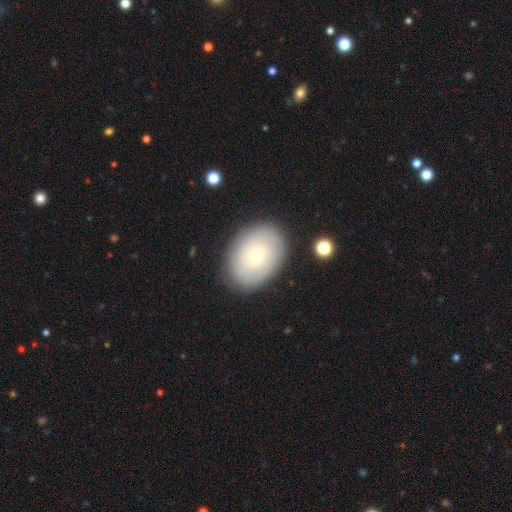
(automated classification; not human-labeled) The model was most divided on "smooth or featured": smooth: 49%, featured or disk: 42%, star or artifact: 9%. More confident: merging — none (84%).